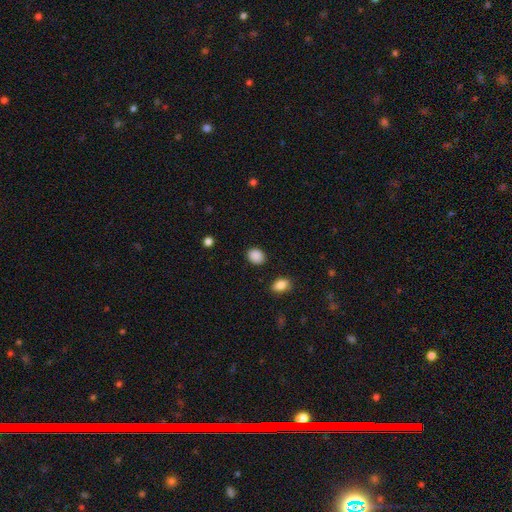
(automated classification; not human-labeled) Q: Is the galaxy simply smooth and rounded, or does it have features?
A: smooth — 89%.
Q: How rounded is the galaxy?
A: round — 54%.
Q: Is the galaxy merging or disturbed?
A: none — 88%.